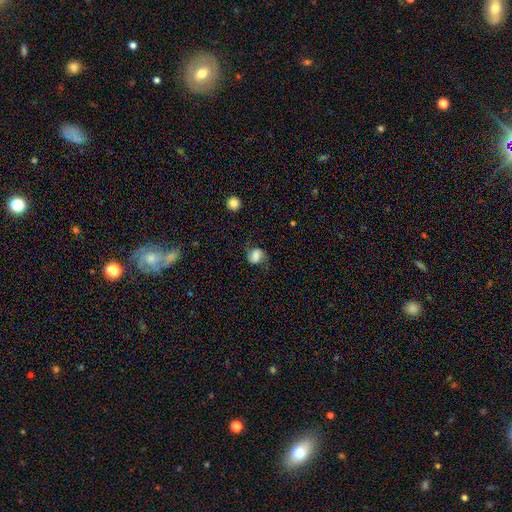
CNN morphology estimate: A smooth galaxy with no disk features (51%) that is round (56%).

Vote fractions:
- Smooth or featured? smooth: 51% / featured or disk: 39% / star or artifact: 10%
- How rounded? round: 56% / in between: 43% / cigar-shaped: 1%
- Merging? none: 62% / minor disturbance: 23% / major disturbance: 13% / merger: 2%